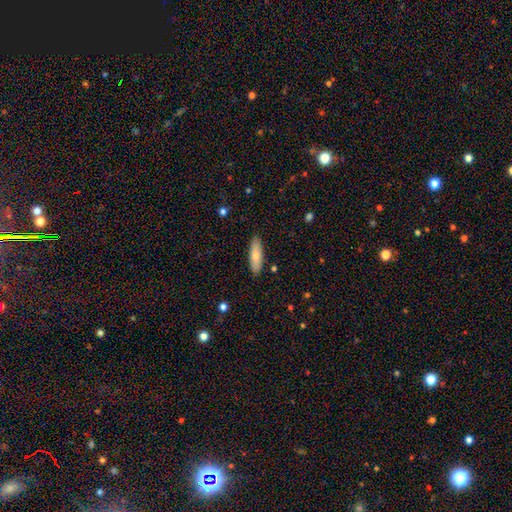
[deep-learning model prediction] The model was most divided on "how rounded": cigar-shaped: 52%, in between: 46%, round: 2%. More confident: merging — none (88%); smooth or featured — smooth (75%).